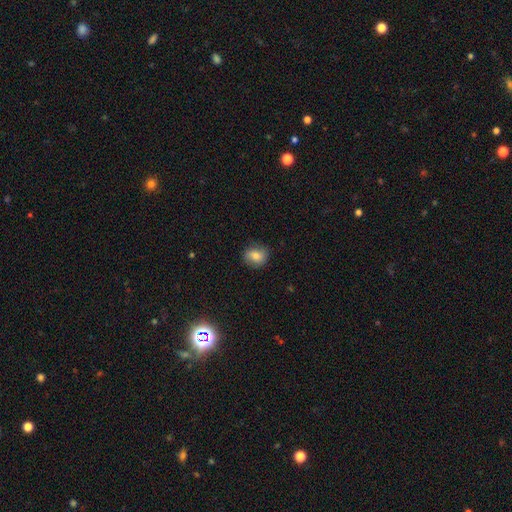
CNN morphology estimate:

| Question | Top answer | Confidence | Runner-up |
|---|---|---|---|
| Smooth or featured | smooth | 76% | featured or disk (15%) |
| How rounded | round | 66% | in between (33%) |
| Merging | none | 82% | minor disturbance (14%) |